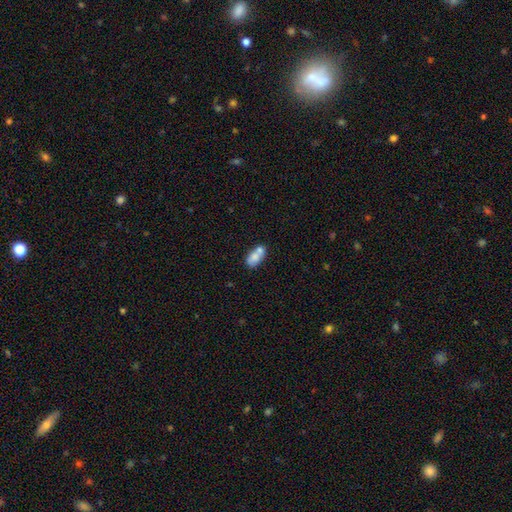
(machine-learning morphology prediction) smooth_or_featured: smooth (p=0.71) [alt: featured or disk p=0.21]
how_rounded: in between (p=0.86) [alt: round p=0.09]
merging: merger (p=0.45) [alt: none p=0.37]